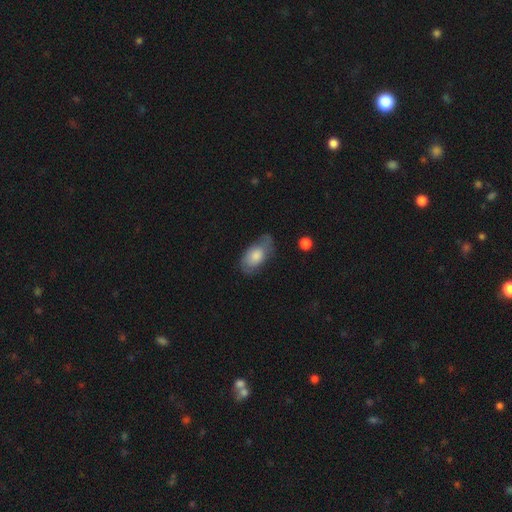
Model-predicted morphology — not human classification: Smooth or featured?
  - smooth: 68% *
  - featured or disk: 25%
  - star or artifact: 7%
How rounded?
  - in between: 92% *
  - round: 5%
  - cigar-shaped: 3%
Merging?
  - none: 50% *
  - minor disturbance: 33%
  - major disturbance: 14%
  - merger: 3%